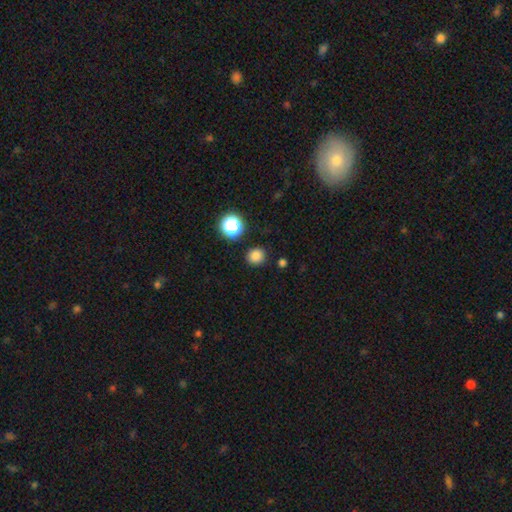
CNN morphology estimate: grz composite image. It shows a smooth galaxy with no disk features (81%) that is round (89%). Merging: none (87%).